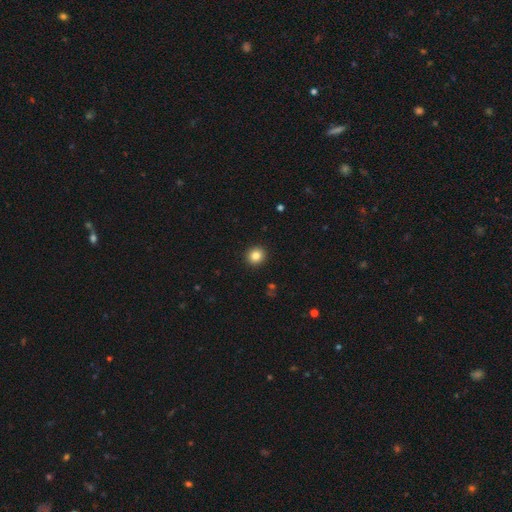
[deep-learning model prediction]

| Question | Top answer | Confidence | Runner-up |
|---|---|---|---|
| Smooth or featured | smooth | 84% | star or artifact (10%) |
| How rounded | round | 92% | in between (7%) |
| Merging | none | 93% | minor disturbance (5%) |